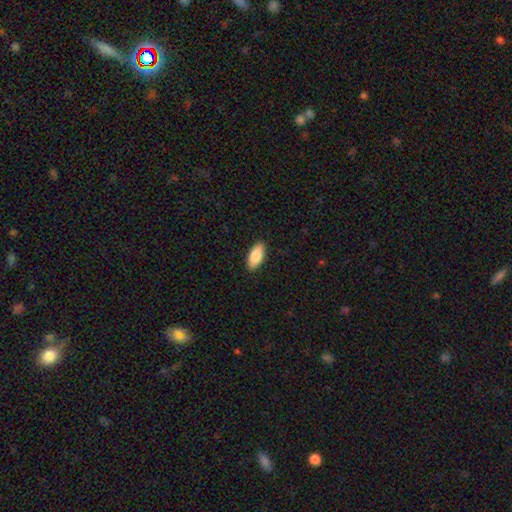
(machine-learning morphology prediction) A smooth galaxy with no disk features (85%) that is in between round and cigar-shaped (88%). Merging: none (90%).